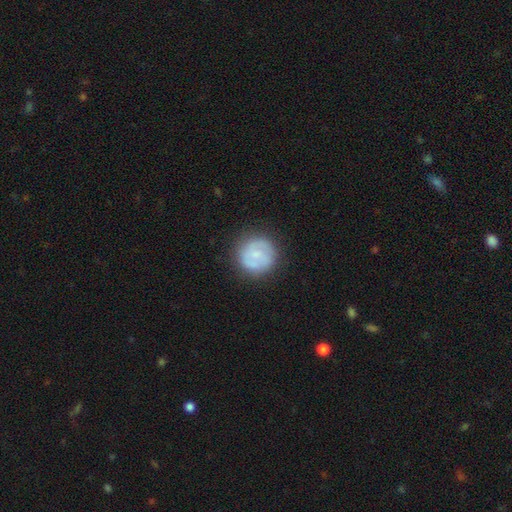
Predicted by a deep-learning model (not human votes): Smooth or featured: smooth — 56% (featured or disk — 37%)
How rounded: round — 94% (in between — 5%)
Merging: none — 82% (minor disturbance — 12%)